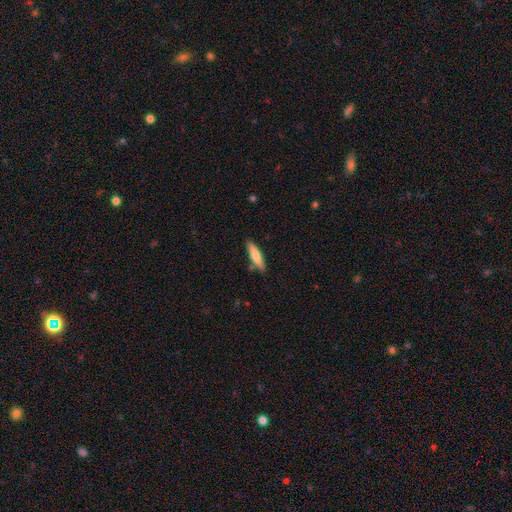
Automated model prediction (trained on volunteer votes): smooth-or-featured: smooth: 74% | featured or disk: 20% | star or artifact: 6%
  how-rounded: cigar-shaped: 72% | in between: 26% | round: 1%
  merging: none: 83% | minor disturbance: 12% | merger: 4% | major disturbance: 2%